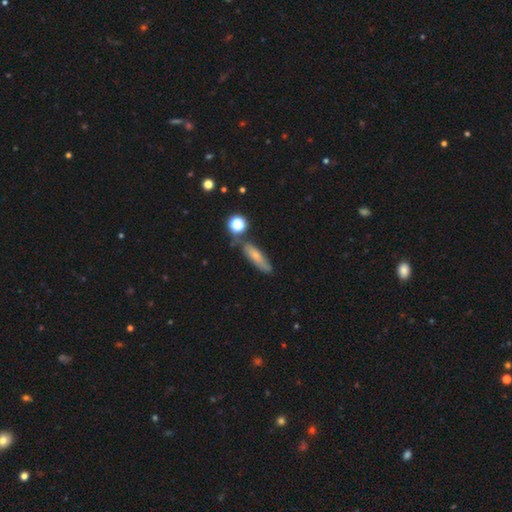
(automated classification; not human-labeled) A smooth galaxy with no disk features (65%) that is cigar-shaped (59%). Merging: none (63%).